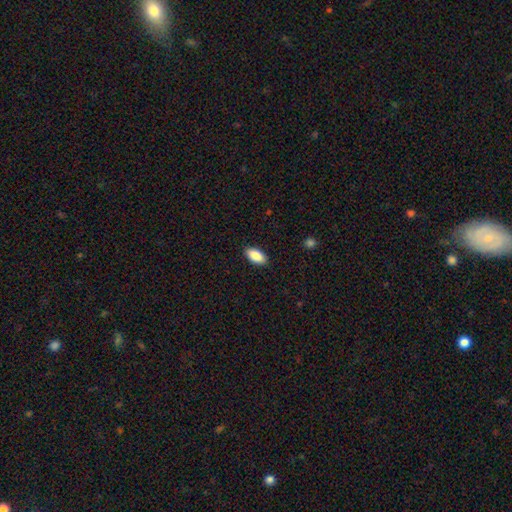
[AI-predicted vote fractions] Q: Smooth or featured?
A: smooth (88%); runner-up: star or artifact (7%)
Q: How rounded?
A: in between (93%); runner-up: cigar-shaped (5%)
Q: Merging?
A: none (89%); runner-up: minor disturbance (8%)